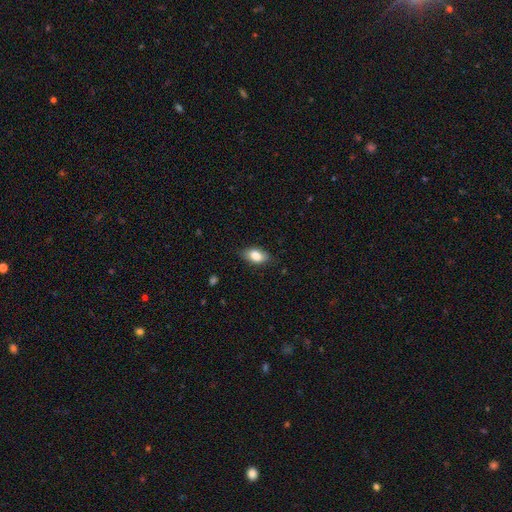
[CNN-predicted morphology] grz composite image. It shows a smooth galaxy with no disk features (83%) that is in between round and cigar-shaped (90%). Merging: none (81%).